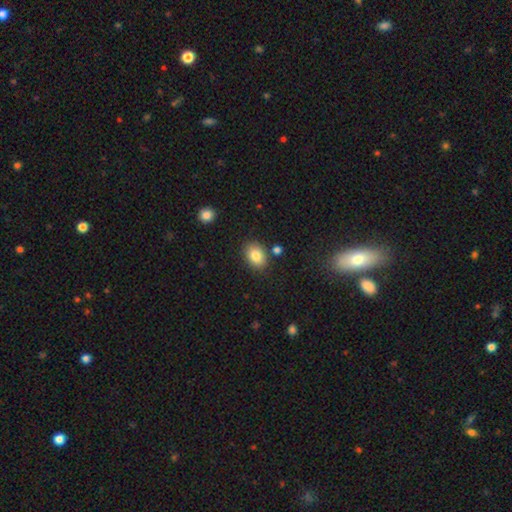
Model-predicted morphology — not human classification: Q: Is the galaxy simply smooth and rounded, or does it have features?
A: smooth — 84%.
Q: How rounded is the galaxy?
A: in between — 71%.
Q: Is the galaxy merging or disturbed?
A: none — 81%.